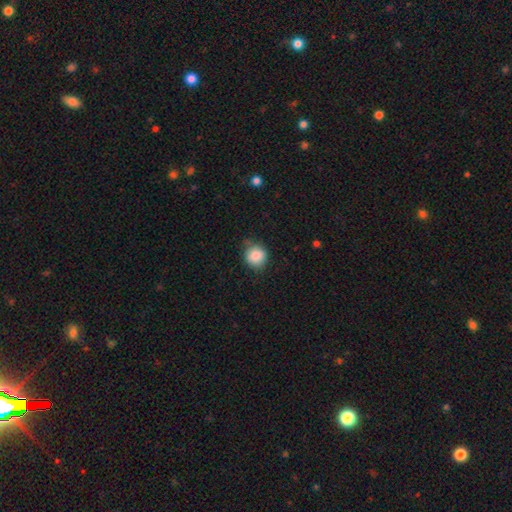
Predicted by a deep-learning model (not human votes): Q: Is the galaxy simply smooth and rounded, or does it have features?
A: smooth — 86%.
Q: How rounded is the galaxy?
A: round — 86%.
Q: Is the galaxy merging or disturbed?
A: none — 74%.